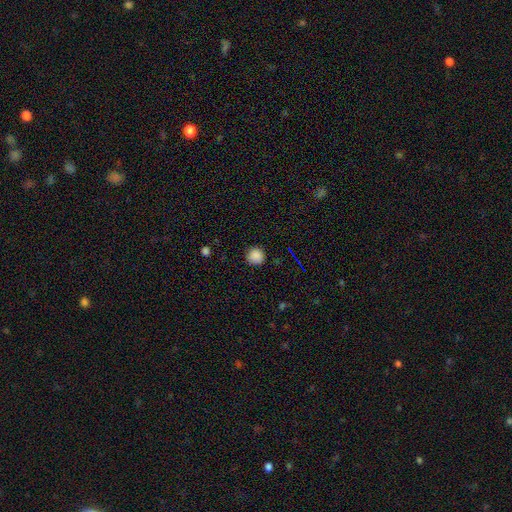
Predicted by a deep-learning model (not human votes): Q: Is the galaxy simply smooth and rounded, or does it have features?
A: smooth — 86%.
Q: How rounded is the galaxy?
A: round — 95%.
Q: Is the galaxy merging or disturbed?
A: none — 89%.